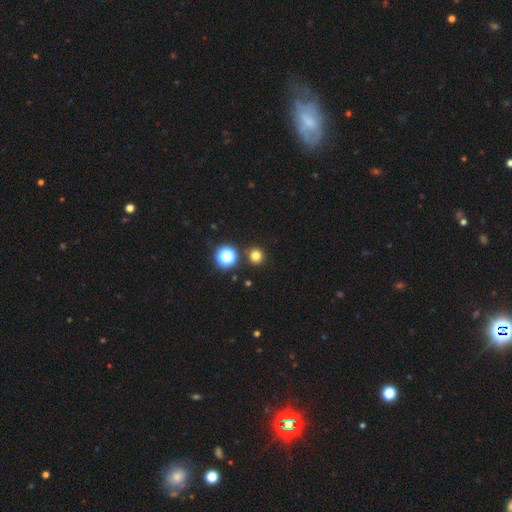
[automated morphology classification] A smooth galaxy with no disk features (77%) that is round (94%).

Vote fractions:
- Smooth or featured? smooth: 77% / star or artifact: 18% / featured or disk: 5%
- How rounded? round: 94% / in between: 5% / cigar-shaped: 1%
- Merging? none: 89% / minor disturbance: 5% / merger: 4% / major disturbance: 2%